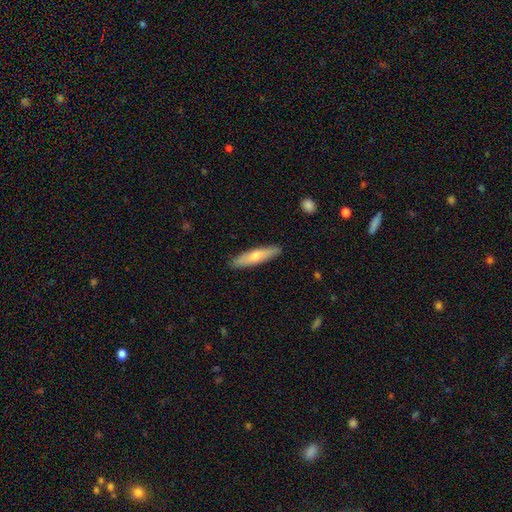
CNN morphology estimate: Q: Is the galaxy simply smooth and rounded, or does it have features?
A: smooth — 61%.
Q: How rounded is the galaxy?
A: cigar-shaped — 83%.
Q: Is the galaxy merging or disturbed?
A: none — 90%.